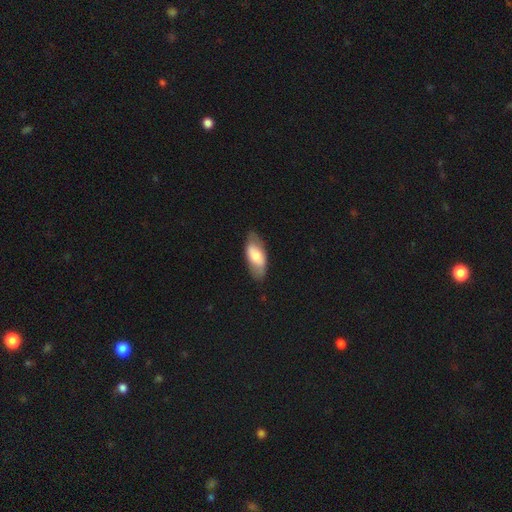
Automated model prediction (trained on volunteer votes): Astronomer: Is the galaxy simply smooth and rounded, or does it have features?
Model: smooth — 64%.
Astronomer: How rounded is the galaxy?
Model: in between — 88%.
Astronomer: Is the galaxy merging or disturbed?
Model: none — 78%.